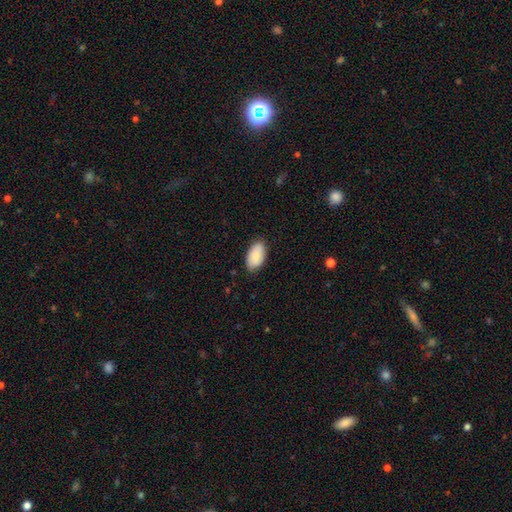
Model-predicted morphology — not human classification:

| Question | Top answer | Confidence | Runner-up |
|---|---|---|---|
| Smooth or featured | smooth | 83% | featured or disk (11%) |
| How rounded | in between | 95% | round (4%) |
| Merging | none | 82% | minor disturbance (14%) |